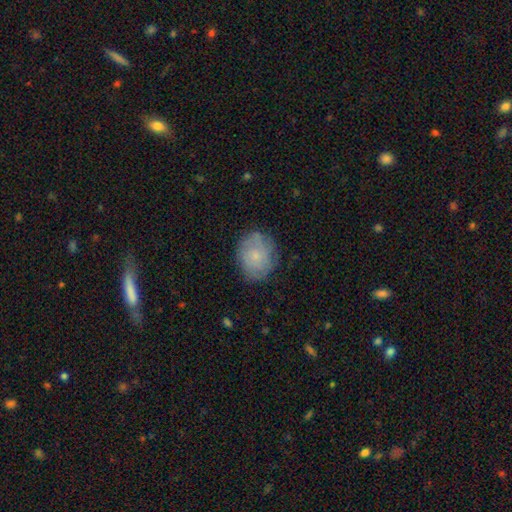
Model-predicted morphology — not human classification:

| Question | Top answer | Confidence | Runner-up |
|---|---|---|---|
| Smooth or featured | smooth | 61% | featured or disk (31%) |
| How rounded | round | 60% | in between (39%) |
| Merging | none | 75% | minor disturbance (18%) |